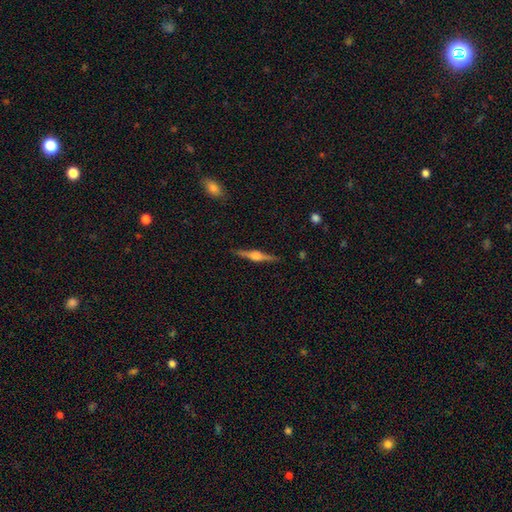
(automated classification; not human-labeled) Smooth or featured? Predicted: featured or disk (p=0.78). Edge-on disk? Predicted: yes (p=0.98). Edge-on bulge? Predicted: rounded (p=0.89). Merging? Predicted: none (p=0.90).